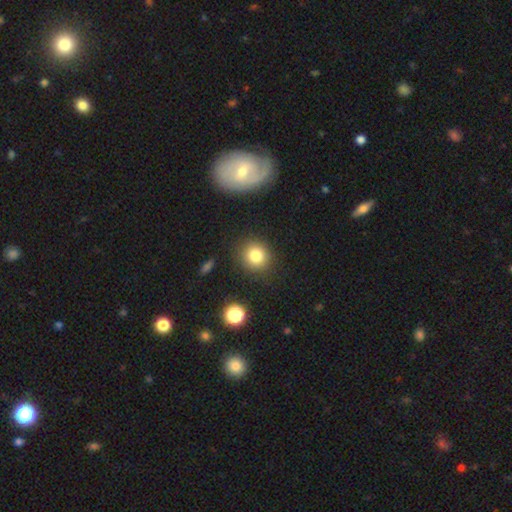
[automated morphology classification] Smooth or featured? smooth (80%)
How rounded? round (86%)
Merging? none (87%)